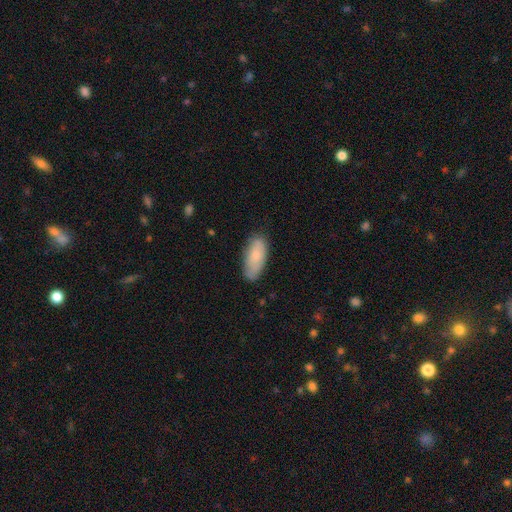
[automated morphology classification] smooth_or_featured: smooth (p=0.78) [alt: featured or disk p=0.16]
how_rounded: in between (p=0.83) [alt: cigar-shaped p=0.16]
merging: none (p=0.76) [alt: minor disturbance p=0.19]